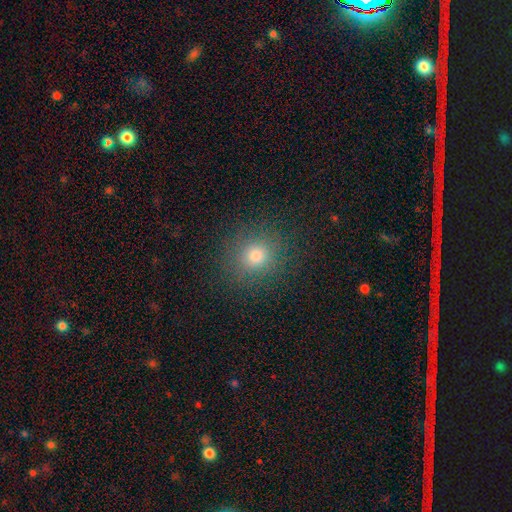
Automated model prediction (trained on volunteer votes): Smooth or featured? Predicted: smooth (p=0.77). How rounded? Predicted: round (p=0.88). Merging? Predicted: none (p=0.87).